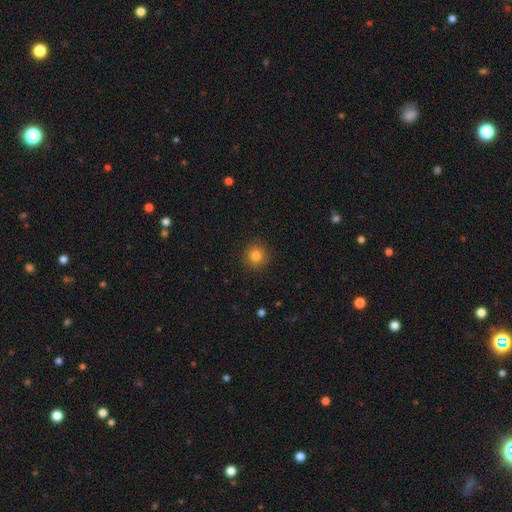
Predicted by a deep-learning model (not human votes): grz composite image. It shows a smooth galaxy with no disk features (83%) that is round (94%). Merging: none (91%).